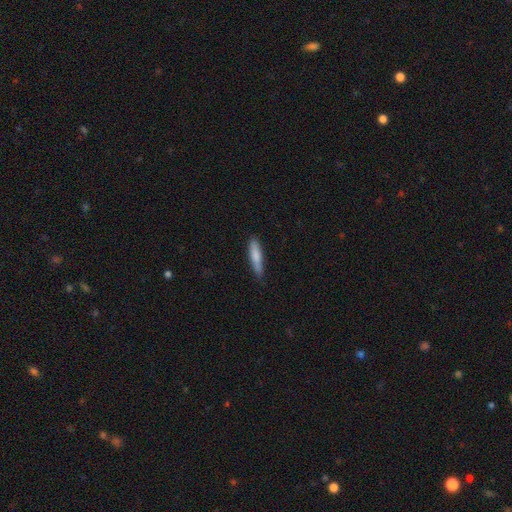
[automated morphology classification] Smooth or featured? Predicted: smooth (p=0.77). How rounded? Predicted: cigar-shaped (p=0.85). Merging? Predicted: none (p=0.82).